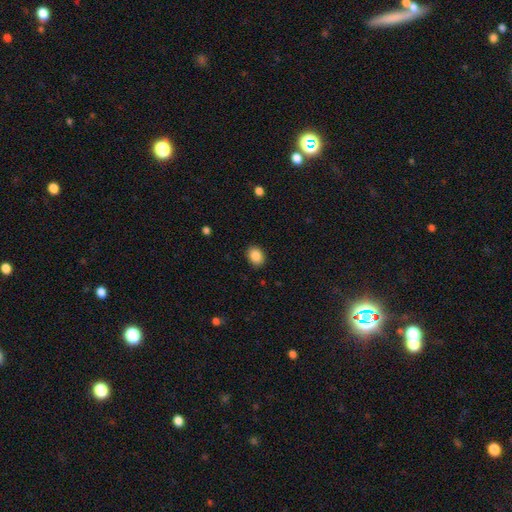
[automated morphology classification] type=smooth (88%); roundness=in between (59%); merging=none (89%).